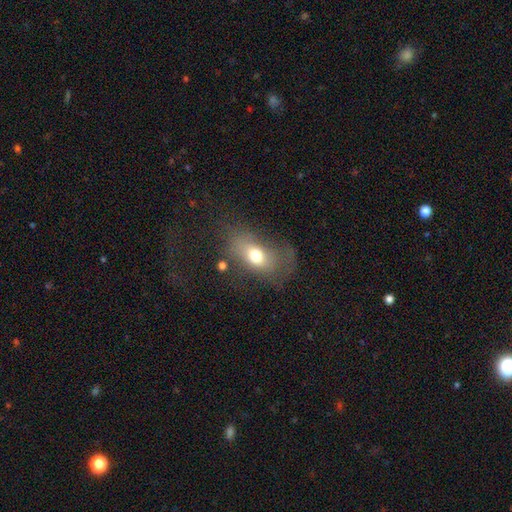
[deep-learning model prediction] This appears to be a smooth galaxy with no disk features (66%) that is in between round and cigar-shaped (81%). Merging: none (47%).